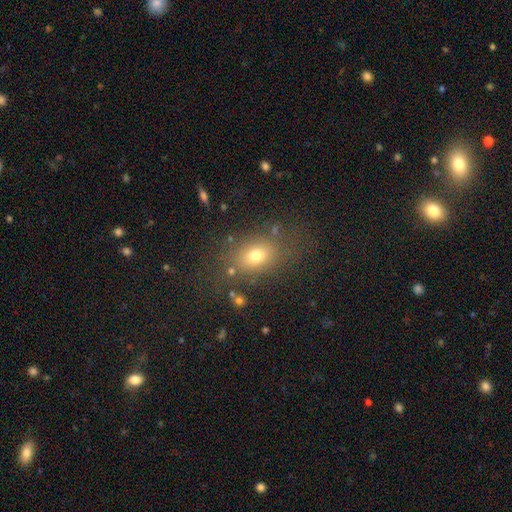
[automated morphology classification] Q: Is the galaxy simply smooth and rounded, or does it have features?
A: smooth — 73%.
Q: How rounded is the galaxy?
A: in between — 72%.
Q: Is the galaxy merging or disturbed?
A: none — 77%.